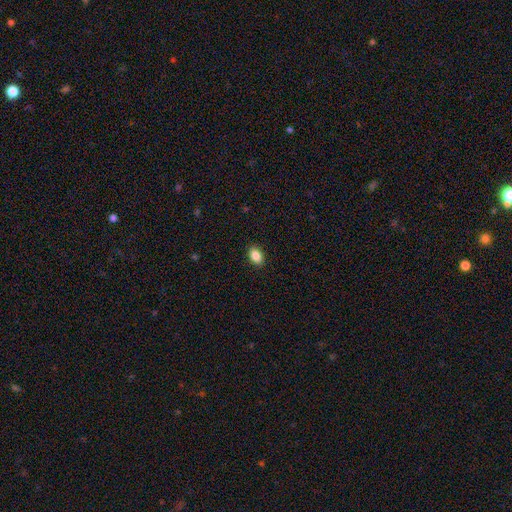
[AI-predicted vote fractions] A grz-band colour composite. It shows a smooth galaxy with no disk features (87%) that is in between round and cigar-shaped (86%). Merging: none (90%).